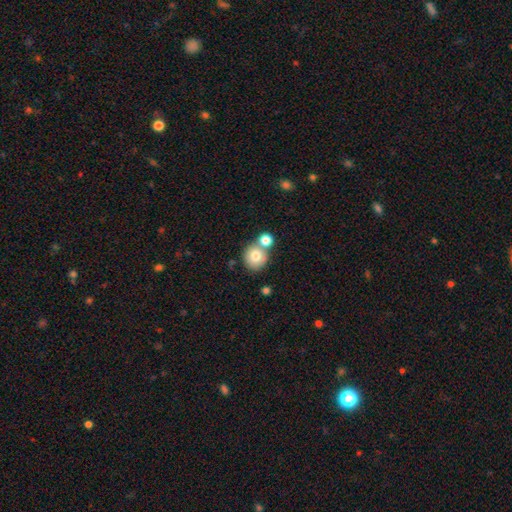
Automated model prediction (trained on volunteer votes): A smooth galaxy with no disk features (78%) that is round (86%).

Vote fractions:
- Smooth or featured? smooth: 78% / featured or disk: 13% / star or artifact: 9%
- How rounded? round: 86% / in between: 13% / cigar-shaped: 1%
- Merging? none: 55% / merger: 32% / minor disturbance: 9% / major disturbance: 3%